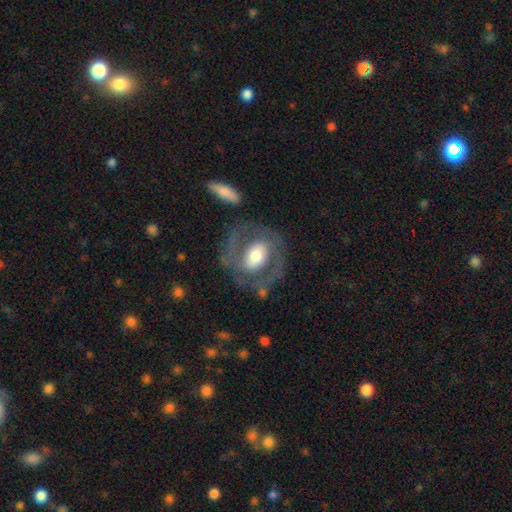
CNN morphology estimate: The model was most divided on "bar": no: 41%, weak: 34%, strong: 25%. More confident: edge-on disk — no (96%); spiral arms — yes (72%); merging — none (72%); smooth or featured — featured or disk (71%); bulge size — moderate (57%).